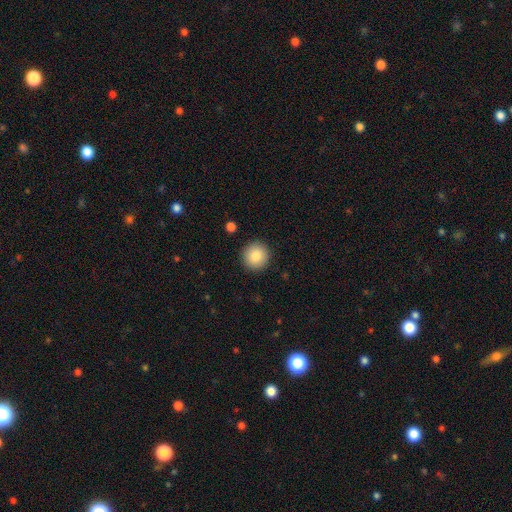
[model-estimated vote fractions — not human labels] Smooth or featured? Predicted: smooth (p=0.85). How rounded? Predicted: round (p=0.95). Merging? Predicted: none (p=0.92).